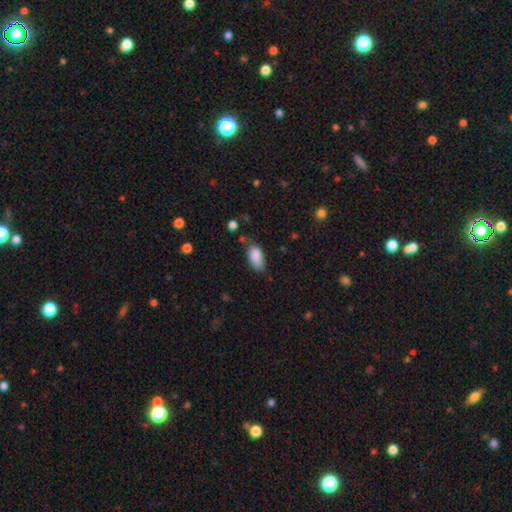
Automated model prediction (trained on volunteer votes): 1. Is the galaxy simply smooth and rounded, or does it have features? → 86% smooth, 7% star or artifact, 7% featured or disk.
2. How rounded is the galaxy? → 92% in between, 4% cigar-shaped, 4% round.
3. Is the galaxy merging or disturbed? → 57% none, 31% minor disturbance, 7% major disturbance, 4% merger.